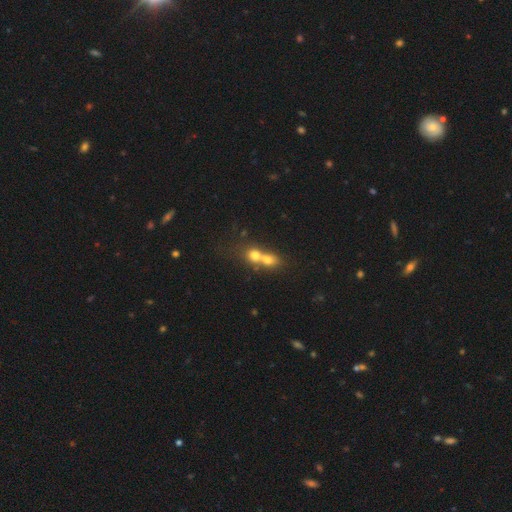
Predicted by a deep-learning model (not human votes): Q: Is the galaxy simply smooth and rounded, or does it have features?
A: smooth — 67%.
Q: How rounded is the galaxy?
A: round — 60%.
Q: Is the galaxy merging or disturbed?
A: merger — 72%.